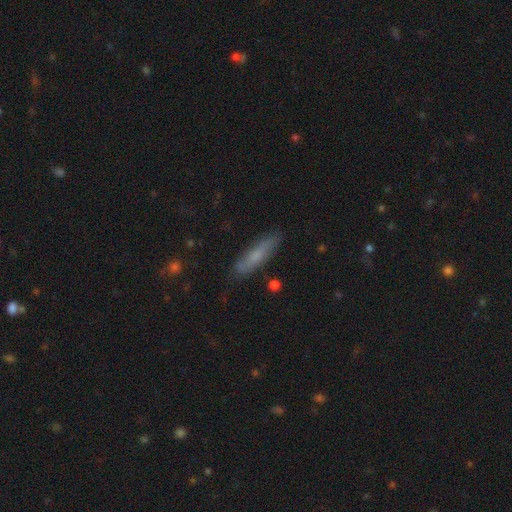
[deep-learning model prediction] This is likely a smooth galaxy (65%). How rounded: clearly cigar-shaped (80%). Merging: clearly none (83%).